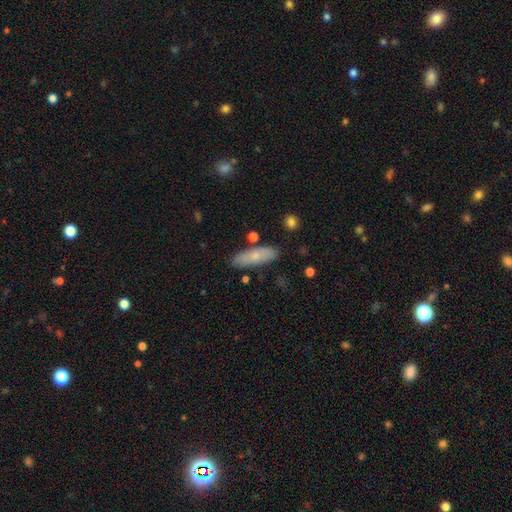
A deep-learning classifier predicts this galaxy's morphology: Smooth or featured? Predicted: smooth (p=0.70). How rounded? Predicted: cigar-shaped (p=0.49). Merging? Predicted: none (p=0.83).